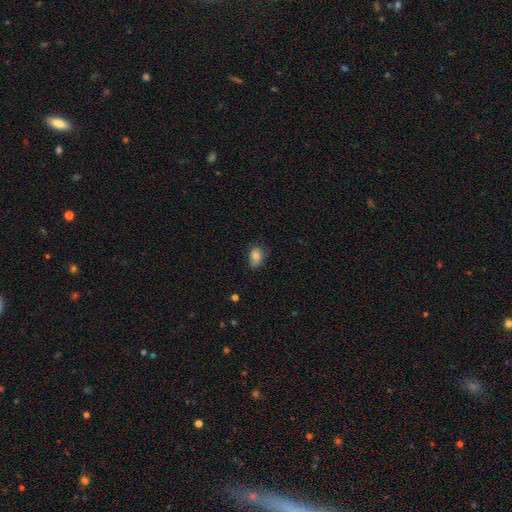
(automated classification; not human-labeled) smooth_or_featured: smooth (p=0.79) [alt: featured or disk p=0.12]
how_rounded: in between (p=0.75) [alt: round p=0.23]
merging: none (p=0.64) [alt: minor disturbance p=0.28]